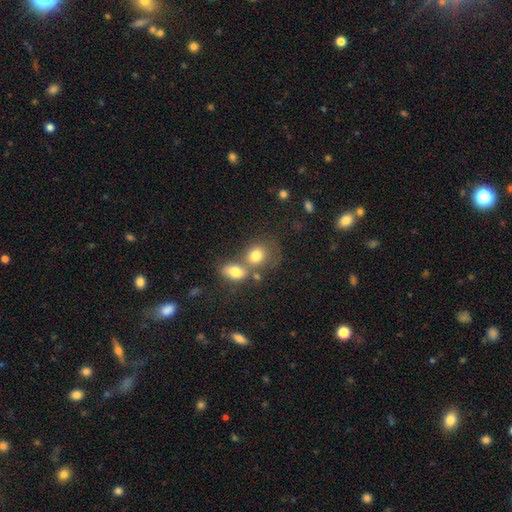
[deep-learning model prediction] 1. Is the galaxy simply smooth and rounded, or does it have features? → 78% smooth, 12% featured or disk, 10% star or artifact.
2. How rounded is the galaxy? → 58% round, 41% in between, 1% cigar-shaped.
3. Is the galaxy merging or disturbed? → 49% merger, 35% none, 10% minor disturbance, 6% major disturbance.